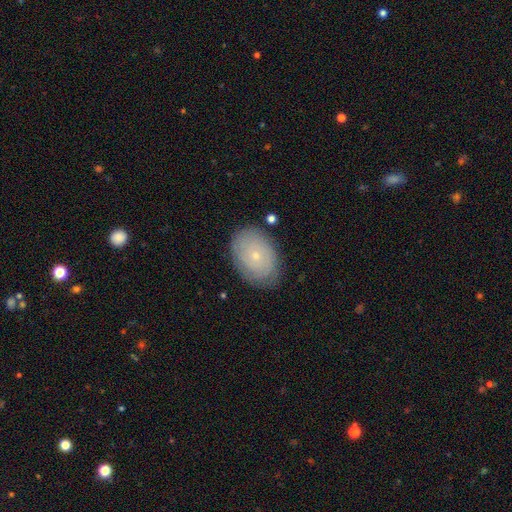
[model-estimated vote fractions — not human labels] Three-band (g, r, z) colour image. It shows a smooth galaxy with no disk features (50%) that is in between round and cigar-shaped (79%). Merging: none (79%).